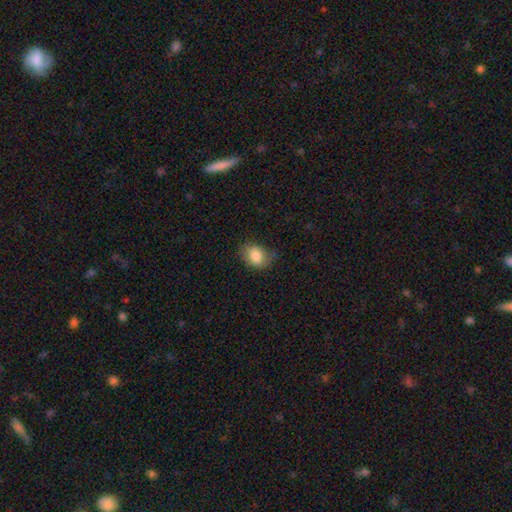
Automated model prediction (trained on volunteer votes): smooth 82%, featured or disk 10%, star or artifact 8%. Down the decision tree: how rounded — in between (66%); merging — none (67%).